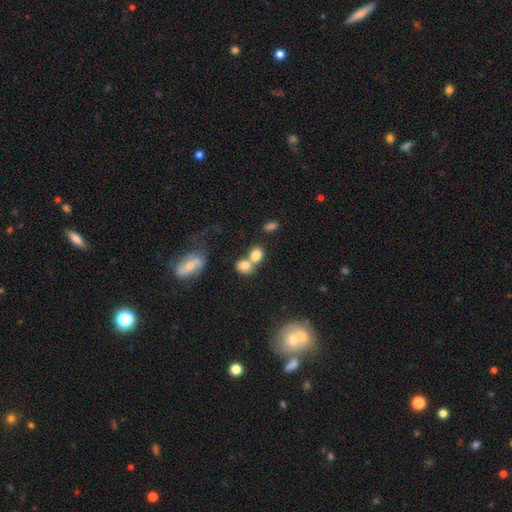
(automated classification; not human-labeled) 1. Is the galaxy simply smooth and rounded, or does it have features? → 78% smooth, 11% star or artifact, 11% featured or disk.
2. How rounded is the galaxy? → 61% round, 37% in between, 1% cigar-shaped.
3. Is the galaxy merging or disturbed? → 52% merger, 36% none, 8% minor disturbance, 4% major disturbance.